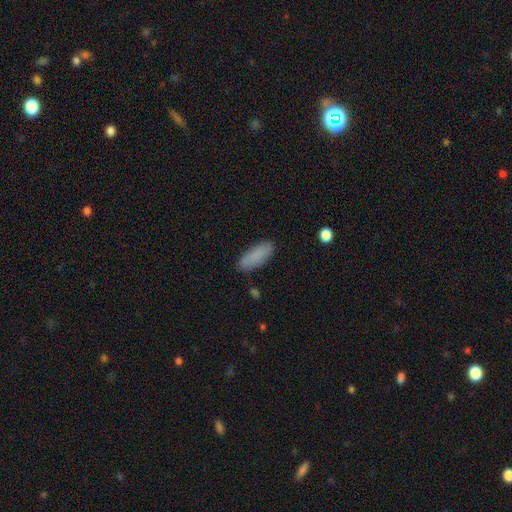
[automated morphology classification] This is clearly a smooth galaxy (88%). How rounded: likely in between (67%). Merging: clearly none (87%).